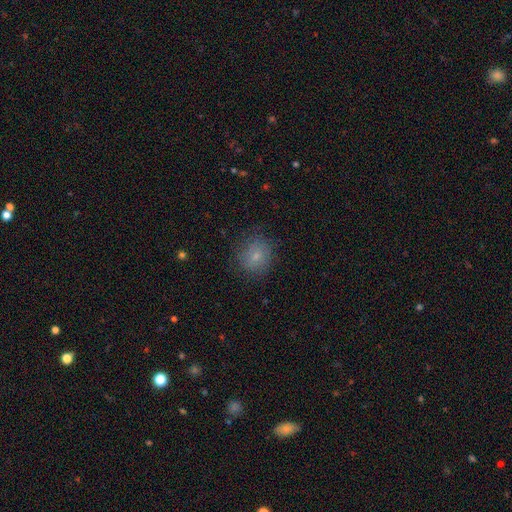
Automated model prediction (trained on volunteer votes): smooth_or_featured: smooth (p=0.76) [alt: featured or disk p=0.13]
how_rounded: round (p=0.77) [alt: in between p=0.22]
merging: none (p=0.79) [alt: minor disturbance p=0.14]